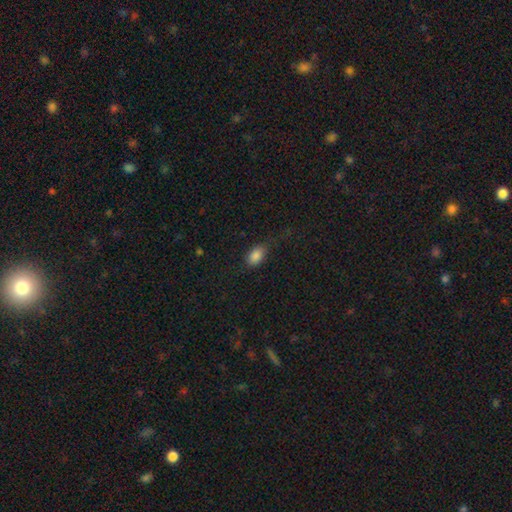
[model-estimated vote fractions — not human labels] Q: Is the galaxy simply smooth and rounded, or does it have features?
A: smooth — 85%.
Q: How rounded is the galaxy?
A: in between — 87%.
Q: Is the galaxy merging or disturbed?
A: none — 70%.